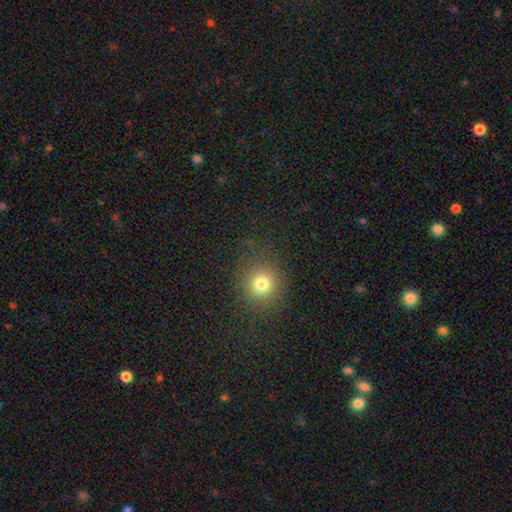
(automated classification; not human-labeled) smooth 68%, star or artifact 26%, featured or disk 6%. Down the decision tree: how rounded — round (85%); merging — none (88%).